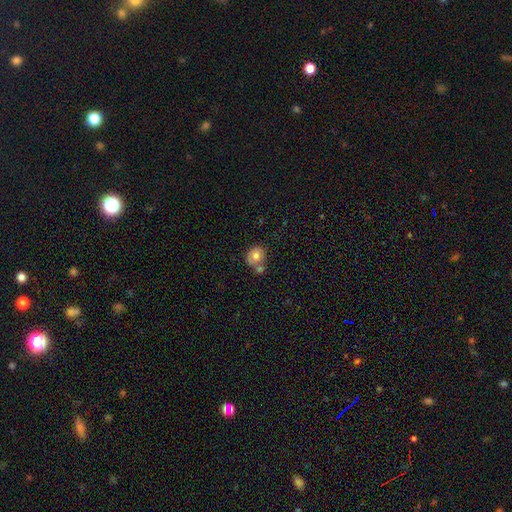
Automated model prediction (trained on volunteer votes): A smooth galaxy with no disk features (71%) that is round (70%). Merging: none (44%).